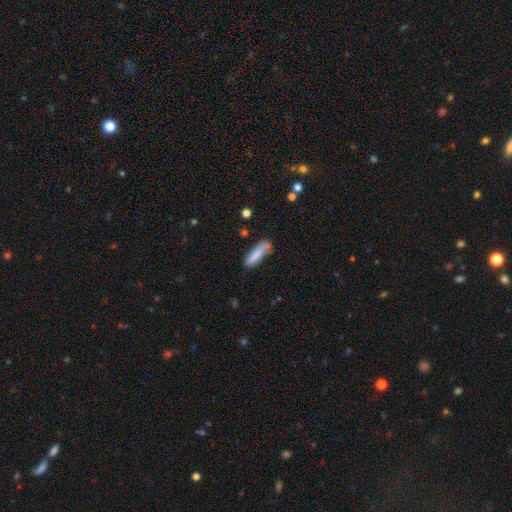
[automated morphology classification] Smooth or featured?
  - smooth: 79% *
  - featured or disk: 13%
  - star or artifact: 7%
How rounded?
  - cigar-shaped: 66% *
  - in between: 32%
  - round: 2%
Merging?
  - none: 55% *
  - minor disturbance: 29%
  - major disturbance: 10%
  - merger: 6%